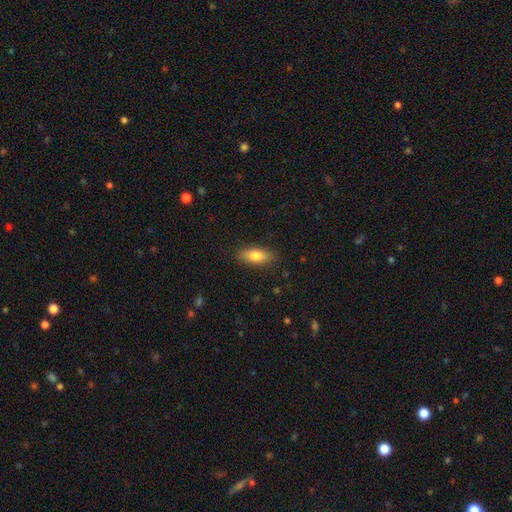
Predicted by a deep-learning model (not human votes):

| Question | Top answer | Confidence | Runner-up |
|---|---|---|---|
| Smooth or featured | smooth | 76% | featured or disk (17%) |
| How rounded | in between | 75% | cigar-shaped (22%) |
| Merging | none | 86% | minor disturbance (11%) |